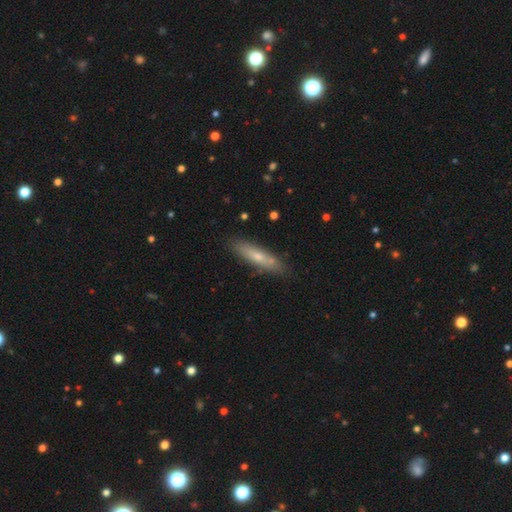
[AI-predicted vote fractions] This is possibly a smooth galaxy (54%). How rounded: clearly cigar-shaped (82%). Merging: clearly none (86%).